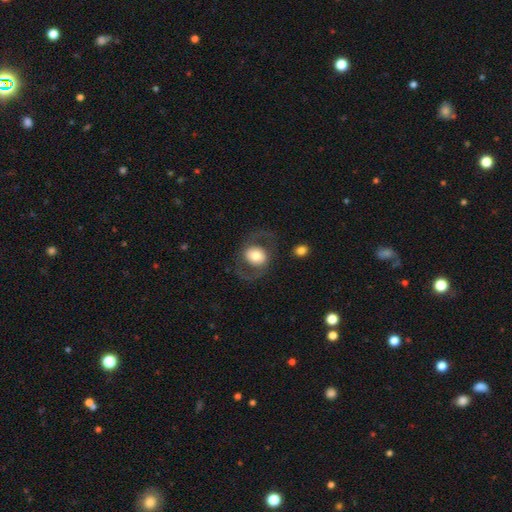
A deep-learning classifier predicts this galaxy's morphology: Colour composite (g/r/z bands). It shows a featured or disk galaxy (50%). Merging: none (71%).